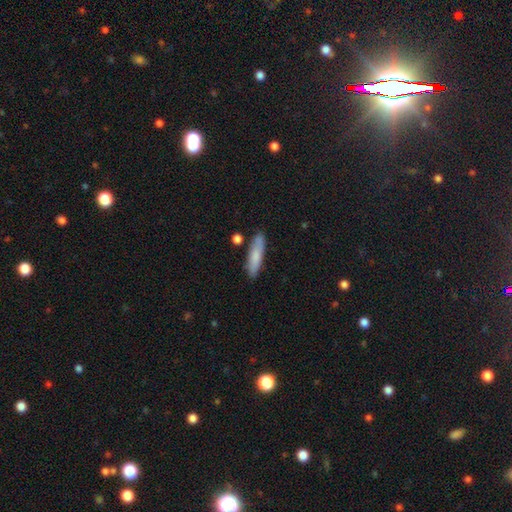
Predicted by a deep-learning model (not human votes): smooth 77%, featured or disk 17%, star or artifact 6%. Down the decision tree: how rounded — cigar-shaped (75%); merging — none (82%).